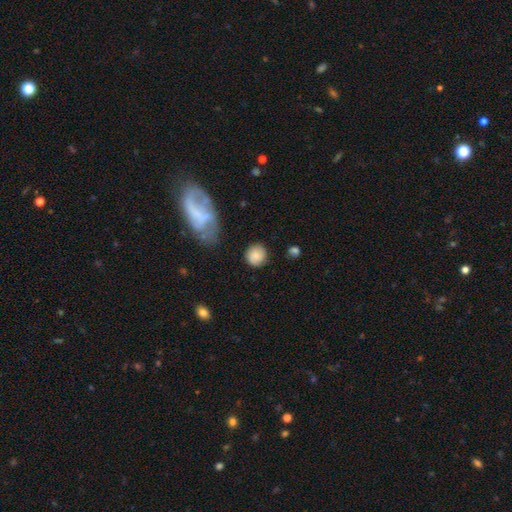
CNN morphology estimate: type=smooth (81%); roundness=round (87%); merging=none (82%).